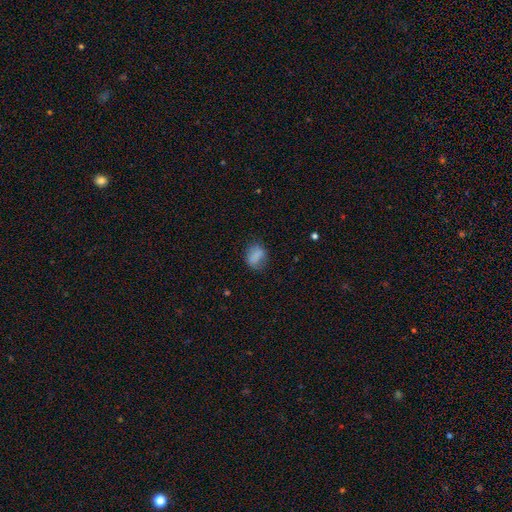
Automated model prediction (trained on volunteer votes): smooth_or_featured: smooth (p=0.79) [alt: featured or disk p=0.11]
how_rounded: in between (p=0.62) [alt: round p=0.36]
merging: none (p=0.68) [alt: minor disturbance p=0.22]